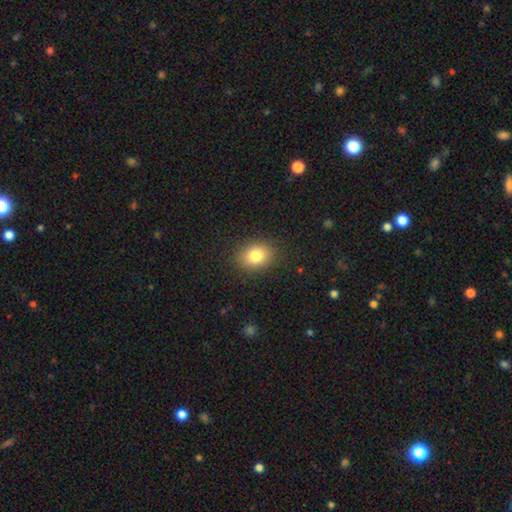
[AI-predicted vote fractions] Smooth or featured?
  - smooth: 81% *
  - star or artifact: 11%
  - featured or disk: 8%
How rounded?
  - in between: 58% *
  - round: 41%
  - cigar-shaped: 1%
Merging?
  - none: 88% *
  - minor disturbance: 8%
  - major disturbance: 3%
  - merger: 1%